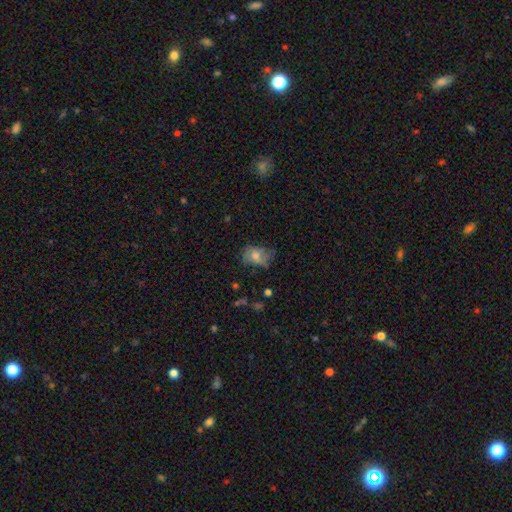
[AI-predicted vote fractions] A smooth galaxy with no disk features (55%) that is in between round and cigar-shaped (70%). Merging: none (53%).